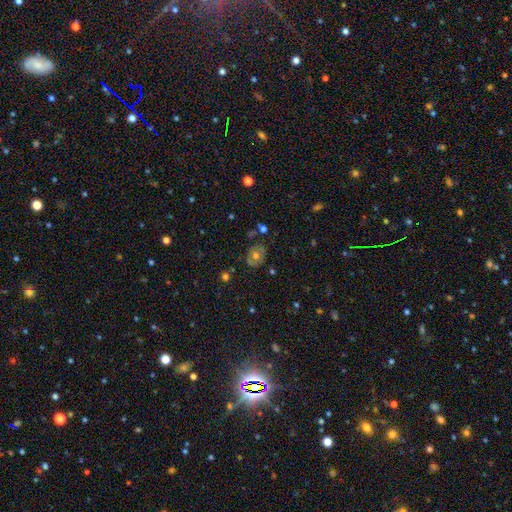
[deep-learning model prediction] Smooth or featured: smooth — 52% (featured or disk — 35%)
How rounded: round — 58% (in between — 41%)
Merging: none — 75% (minor disturbance — 17%)